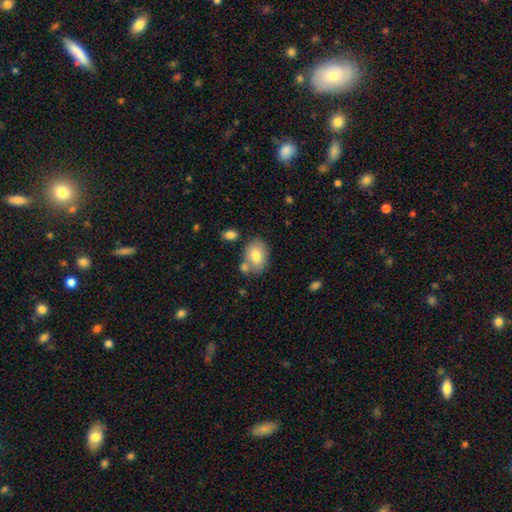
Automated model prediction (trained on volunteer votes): This is likely a smooth galaxy (76%). How rounded: likely in between (75%). Merging: likely none (63%).